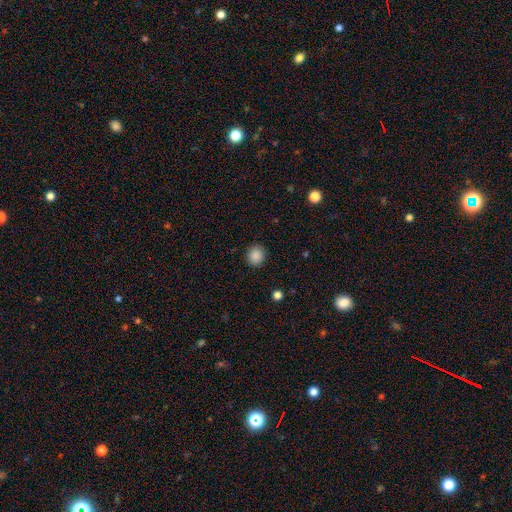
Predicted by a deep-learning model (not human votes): The model was most divided on "how rounded": round: 83%, in between: 16%, cigar-shaped: 1%. More confident: merging — none (90%); smooth or featured — smooth (88%).